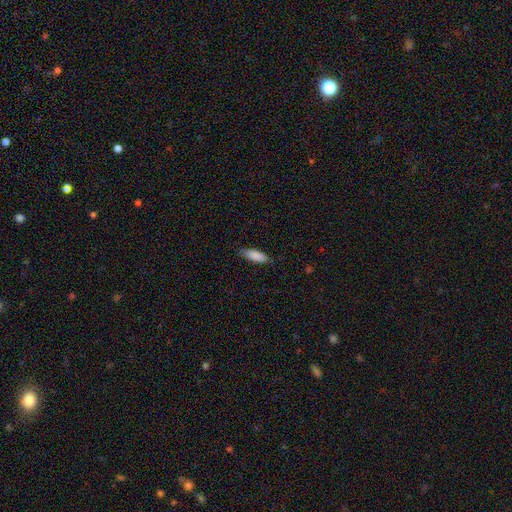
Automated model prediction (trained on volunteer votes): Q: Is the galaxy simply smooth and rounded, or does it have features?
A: smooth — 88%.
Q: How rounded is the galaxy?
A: in between — 65%.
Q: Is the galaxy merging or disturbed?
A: none — 79%.